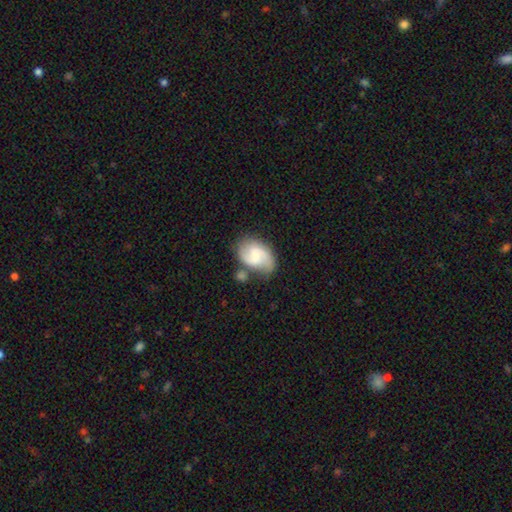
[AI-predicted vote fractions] featured or disk 63%, smooth 31%, star or artifact 7%. Down the decision tree: edge-on disk — no (97%); bar — weak (54%); spiral arms — yes (91%); spiral arm count — 2 (85%); spiral winding — medium (47%); bulge size — small (45%); merging — none (59%).